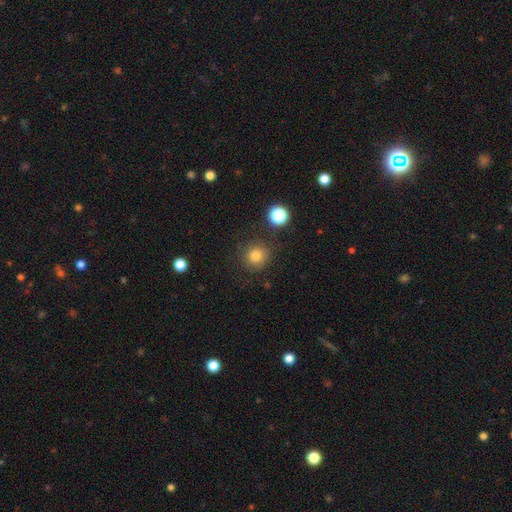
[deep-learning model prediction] Smooth or featured: smooth — 80% (star or artifact — 14%)
How rounded: round — 92% (in between — 7%)
Merging: none — 85% (minor disturbance — 9%)